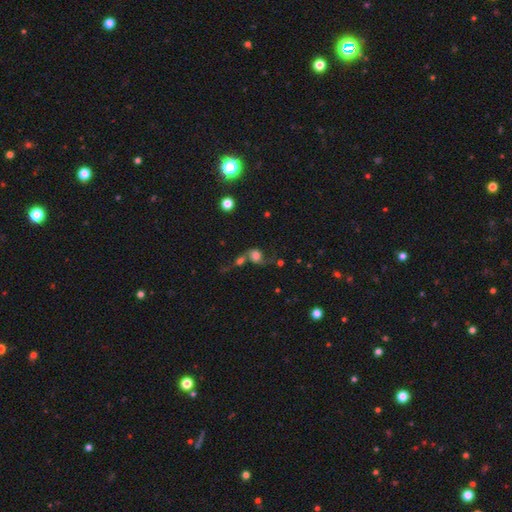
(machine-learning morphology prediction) Smooth or featured? smooth (52%)
How rounded? round (58%)
Merging? merger (48%)